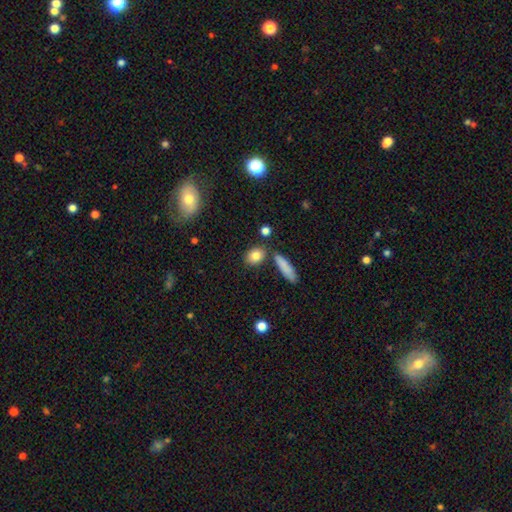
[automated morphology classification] This is clearly a smooth galaxy (83%). How rounded: possibly in between (60%). Merging: likely none (77%).